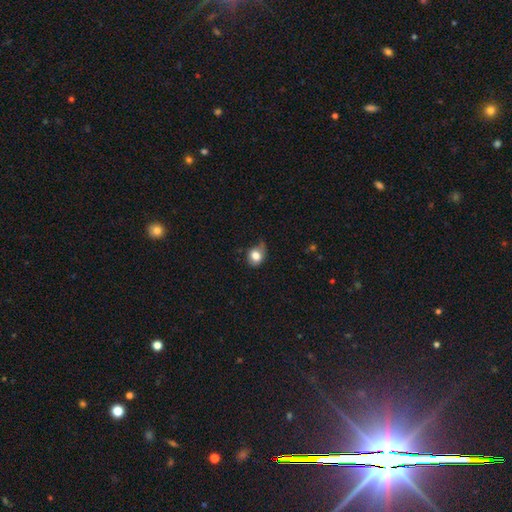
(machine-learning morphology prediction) Q: Smooth or featured?
A: smooth (78%); runner-up: featured or disk (12%)
Q: How rounded?
A: round (60%); runner-up: in between (39%)
Q: Merging?
A: none (47%); runner-up: minor disturbance (36%)